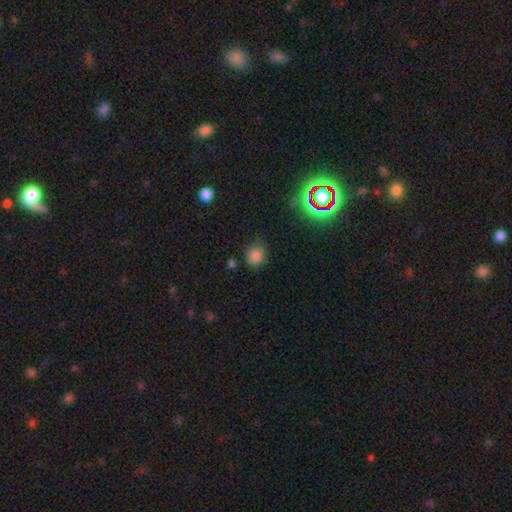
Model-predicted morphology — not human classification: smooth_or_featured: smooth (p=0.80) [alt: star or artifact p=0.14]
how_rounded: round (p=0.67) [alt: in between p=0.31]
merging: none (p=0.70) [alt: minor disturbance p=0.22]